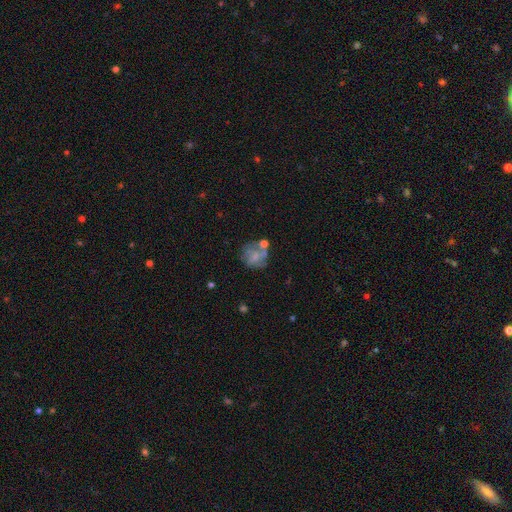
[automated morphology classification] A featured or disk galaxy (46%). Merging: none (44%).